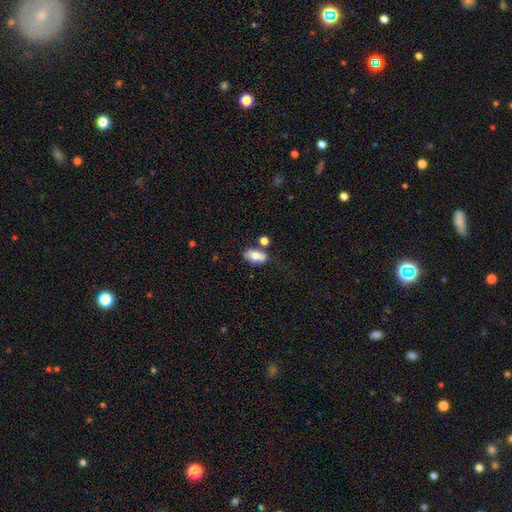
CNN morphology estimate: Smooth or featured: smooth — 76% (featured or disk — 17%)
How rounded: in between — 91% (round — 6%)
Merging: none — 68% (minor disturbance — 15%)